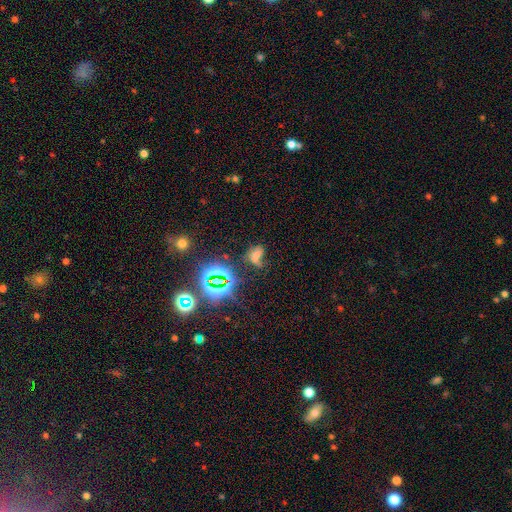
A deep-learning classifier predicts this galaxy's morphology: smooth_or_featured: smooth (p=0.41) [alt: star or artifact p=0.38]
merging: none (p=0.33) [alt: major disturbance p=0.27]